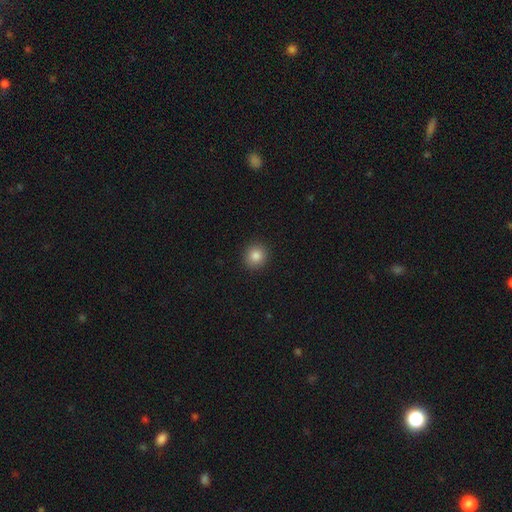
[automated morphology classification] A smooth galaxy with no disk features (85%) that is round (89%).

Vote fractions:
- Smooth or featured? smooth: 85% / star or artifact: 10% / featured or disk: 5%
- How rounded? round: 89% / in between: 10% / cigar-shaped: 1%
- Merging? none: 92% / minor disturbance: 6% / major disturbance: 2% / merger: 1%